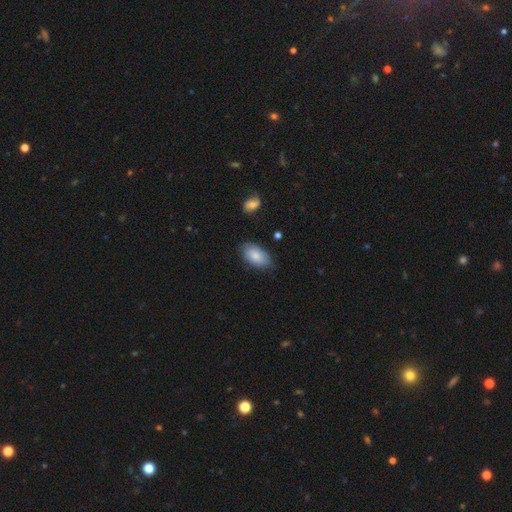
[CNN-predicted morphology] smooth-or-featured: smooth: 82% | featured or disk: 12% | star or artifact: 6%
  how-rounded: in between: 94% | round: 4% | cigar-shaped: 2%
  merging: none: 74% | minor disturbance: 20% | major disturbance: 4% | merger: 2%